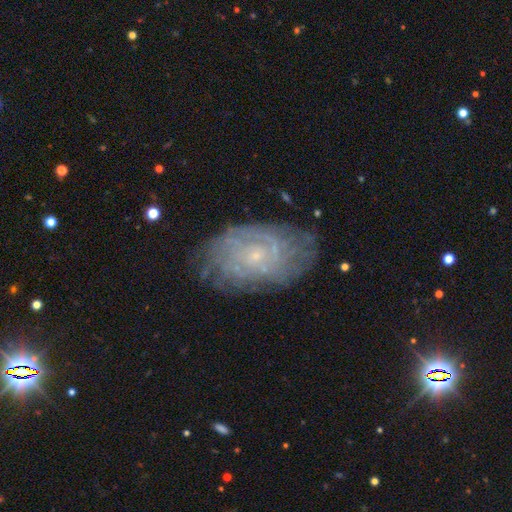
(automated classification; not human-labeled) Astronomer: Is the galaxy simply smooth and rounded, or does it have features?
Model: featured or disk — 77%.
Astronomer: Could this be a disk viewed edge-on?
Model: no — 96%.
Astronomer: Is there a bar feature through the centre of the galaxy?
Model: no — 74%.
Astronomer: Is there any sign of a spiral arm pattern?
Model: yes — 87%.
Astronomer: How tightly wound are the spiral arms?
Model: tight — 72%.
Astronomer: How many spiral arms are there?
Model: can't tell — 55%.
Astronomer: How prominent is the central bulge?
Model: small — 81%.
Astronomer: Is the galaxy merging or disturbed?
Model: none — 74%.